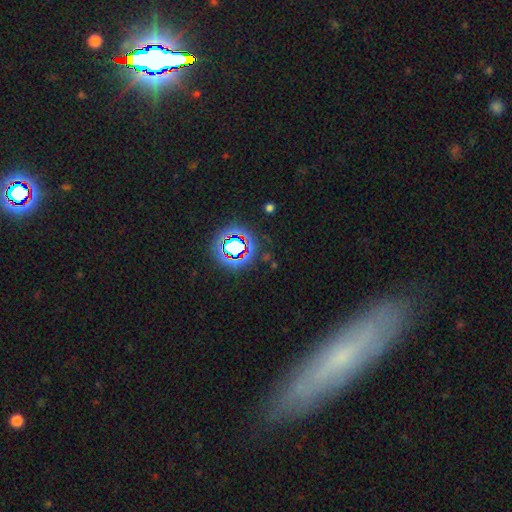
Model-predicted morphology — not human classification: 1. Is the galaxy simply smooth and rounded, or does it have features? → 35% featured or disk (tied), 35% smooth (tied), 30% star or artifact.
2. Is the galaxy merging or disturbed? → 87% none, 9% minor disturbance, 3% major disturbance, 2% merger.